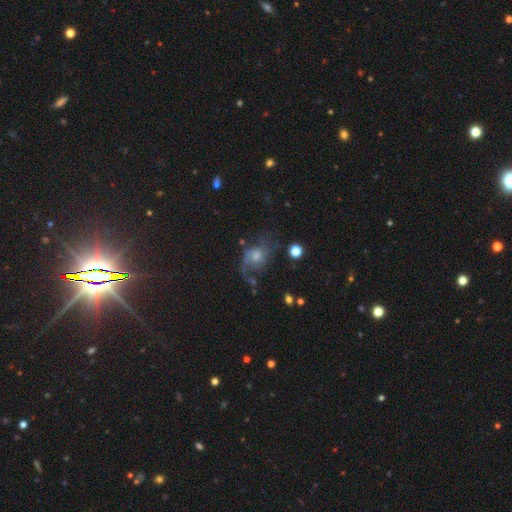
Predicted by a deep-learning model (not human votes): Smooth or featured?
  - featured or disk: 65% *
  - smooth: 23%
  - star or artifact: 12%
Edge-on disk?
  - no: 97% *
  - yes: 3%
Bar?
  - no: 74% *
  - weak: 23%
  - strong: 3%
Spiral arms?
  - yes: 88% *
  - no: 12%
Spiral winding?
  - loose: 56% *
  - medium: 34%
  - tight: 11%
Spiral arm count?
  - 2: 47% *
  - 1: 39%
  - can't tell: 8%
  - 3: 3%
  - 4: 2%
  - more than 4: 2%
Bulge size?
  - moderate: 40% * (tied)
  - small: 40% * (tied)
  - large: 10%
  - none: 8%
  - dominant: 2%
Merging?
  - none: 45% *
  - major disturbance: 30%
  - minor disturbance: 21%
  - merger: 4%